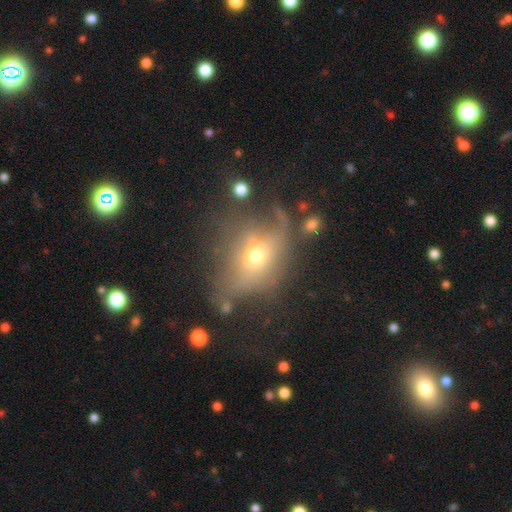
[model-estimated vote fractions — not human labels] Morphology: type=featured or disk (46%); merging=none (43%).